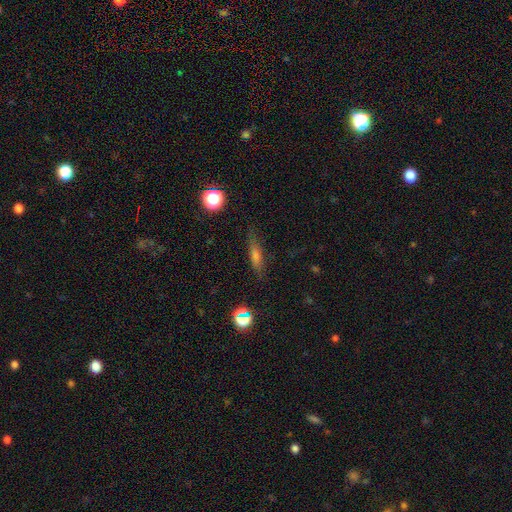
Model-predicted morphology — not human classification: Smooth or featured?
  - smooth: 54% *
  - featured or disk: 31%
  - star or artifact: 14%
How rounded?
  - cigar-shaped: 70% *
  - in between: 25%
  - round: 5%
Merging?
  - none: 81% *
  - minor disturbance: 14%
  - major disturbance: 4%
  - merger: 2%